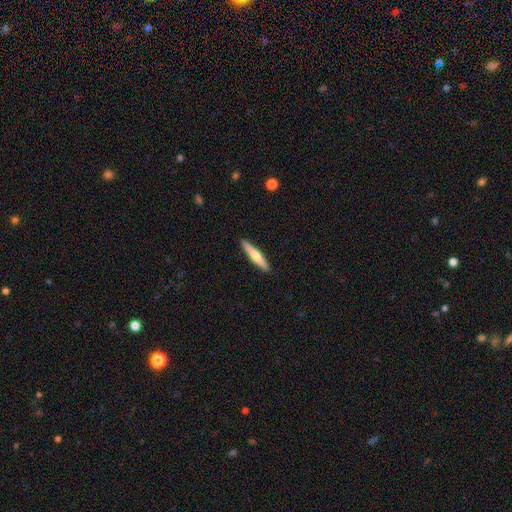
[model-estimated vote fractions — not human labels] A smooth galaxy with no disk features (47%, tied with featured or disk). Merging: none (91%).